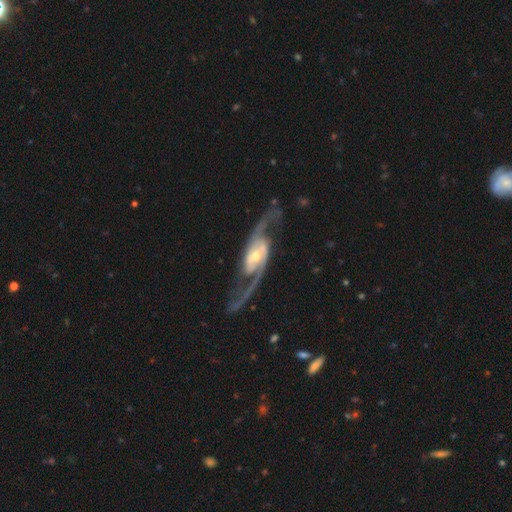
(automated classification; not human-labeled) Smooth or featured: featured or disk — 92% (star or artifact — 4%)
Edge-on disk: no — 95% (yes — 5%)
Bar: no — 37% (weak — 36%)
Spiral arms: yes — 98% (no — 2%)
Spiral winding: loose — 51% (medium — 38%)
Spiral arm count: 2 — 93% (can't tell — 2%)
Bulge size: moderate — 51% (small — 40%)
Merging: none — 72% (minor disturbance — 13%)